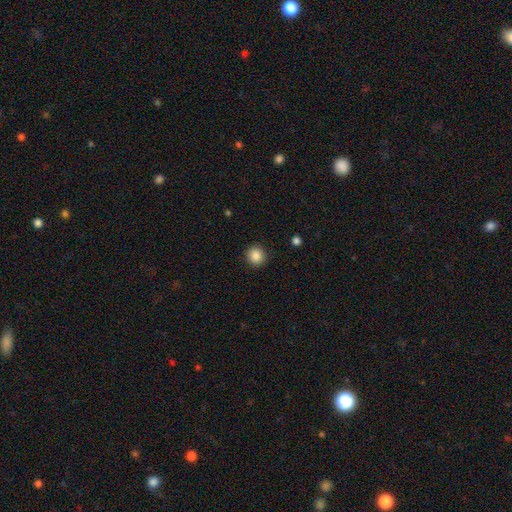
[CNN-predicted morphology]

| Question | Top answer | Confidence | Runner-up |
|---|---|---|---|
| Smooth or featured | smooth | 86% | star or artifact (10%) |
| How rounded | round | 94% | in between (5%) |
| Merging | none | 92% | minor disturbance (5%) |